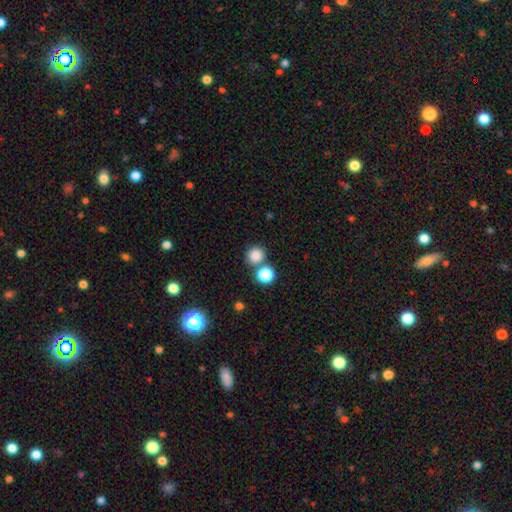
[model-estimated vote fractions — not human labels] The model was most divided on "merging": none: 70%, merger: 20%, minor disturbance: 7%, major disturbance: 3%. More confident: how rounded — round (90%); smooth or featured — smooth (83%).